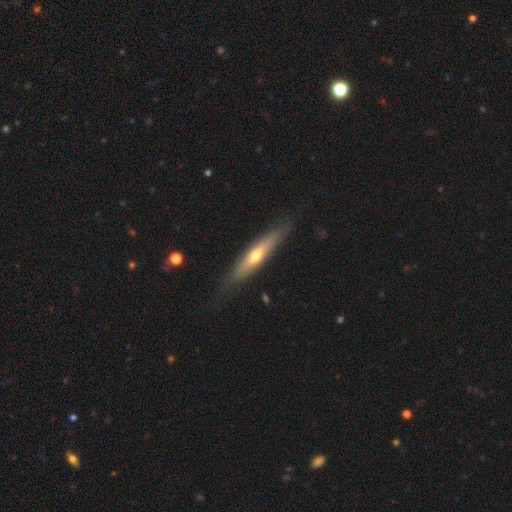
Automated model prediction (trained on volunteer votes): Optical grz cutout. It shows a featured or disk galaxy (50%) viewed edge-on (85%). Merging: none (83%).